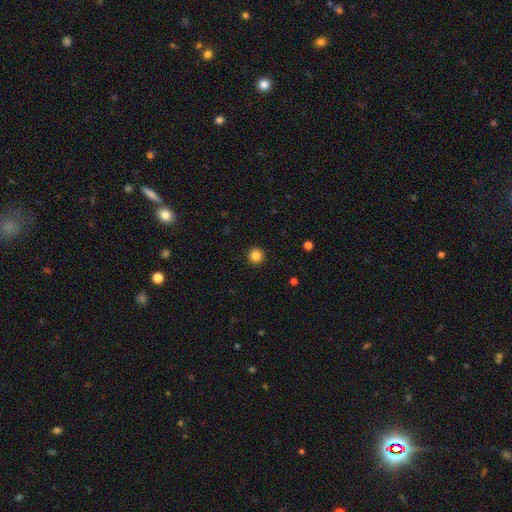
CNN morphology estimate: Smooth or featured?
  - smooth: 85% *
  - star or artifact: 11%
  - featured or disk: 4%
How rounded?
  - round: 96% *
  - in between: 3%
  - cigar-shaped: 1%
Merging?
  - none: 93% *
  - minor disturbance: 4%
  - major disturbance: 2%
  - merger: 1%